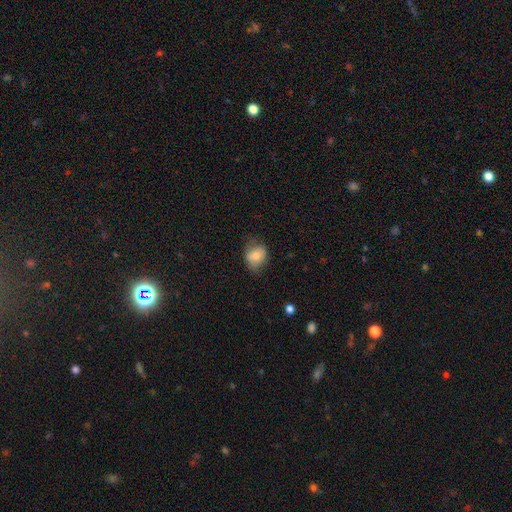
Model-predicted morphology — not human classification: Overall: smooth (74%). How rounded: in between (55%; round 44%). Merging: none (65%).